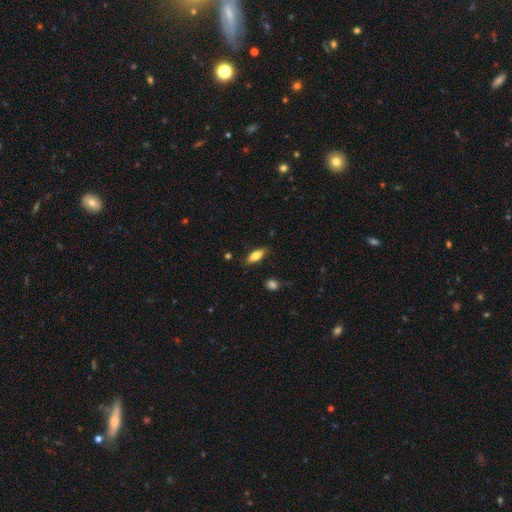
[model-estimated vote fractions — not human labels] The model was most divided on "how rounded": in between: 75%, cigar-shaped: 23%, round: 3%. More confident: merging — none (82%); smooth or featured — smooth (76%).